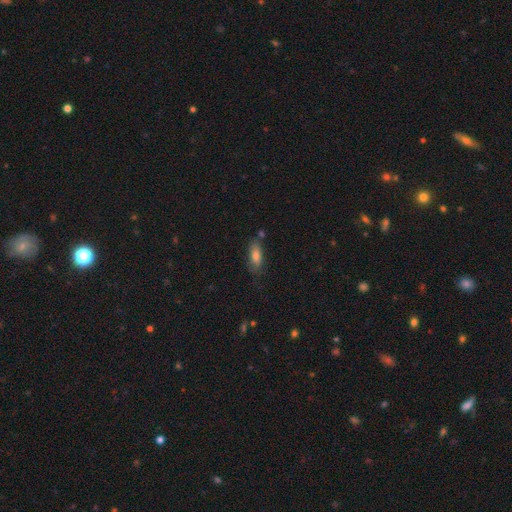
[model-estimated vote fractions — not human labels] smooth_or_featured: smooth (p=0.77) [alt: featured or disk p=0.15]
how_rounded: in between (p=0.71) [alt: cigar-shaped p=0.27]
merging: none (p=0.68) [alt: minor disturbance p=0.20]